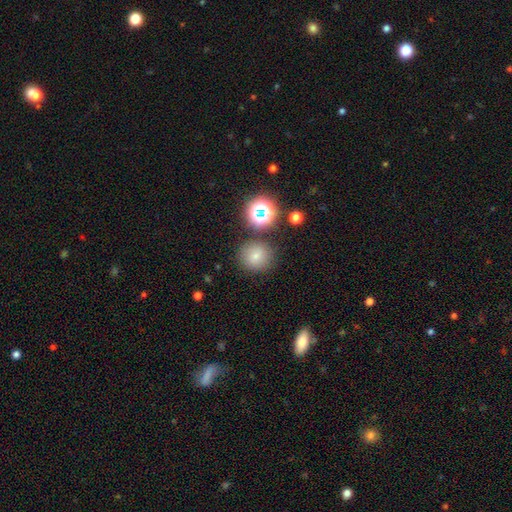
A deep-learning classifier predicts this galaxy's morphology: This is likely a smooth galaxy (72%). How rounded: clearly round (90%). Merging: clearly none (80%).